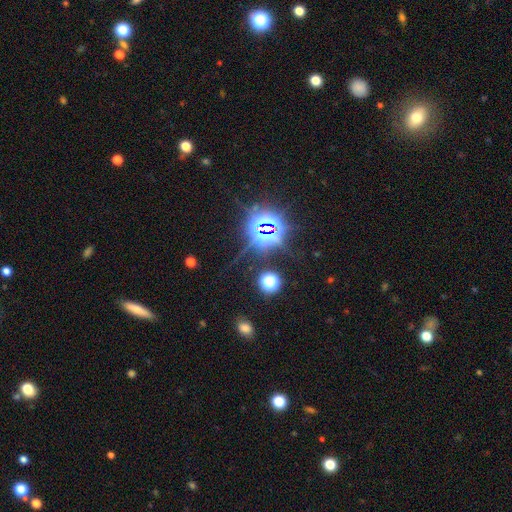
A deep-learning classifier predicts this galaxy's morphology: smooth-or-featured: star or artifact: 79% | smooth: 14% | featured or disk: 7%